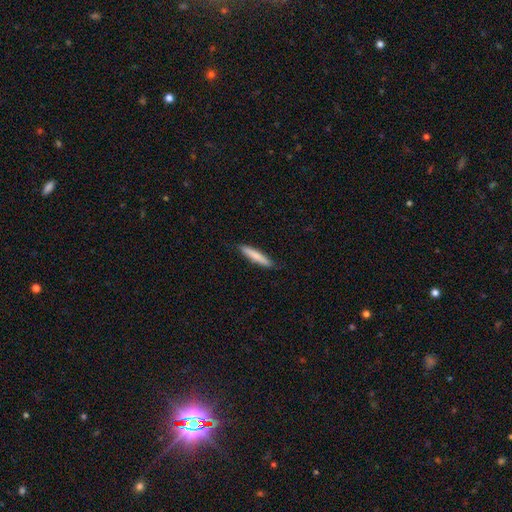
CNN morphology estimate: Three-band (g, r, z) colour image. It shows a smooth galaxy with no disk features (79%) that is cigar-shaped (91%). Merging: none (87%).